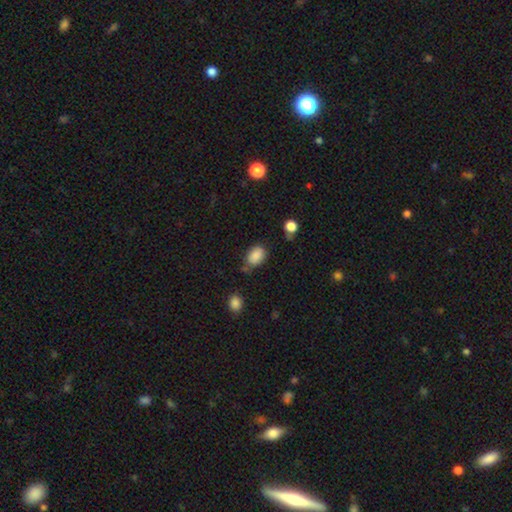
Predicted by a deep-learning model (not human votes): This is clearly a smooth galaxy (87%). How rounded: likely in between (78%). Merging: likely none (65%).